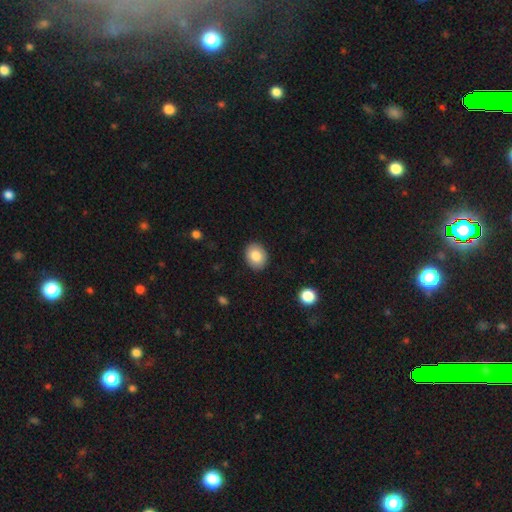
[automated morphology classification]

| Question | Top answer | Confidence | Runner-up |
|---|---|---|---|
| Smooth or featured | smooth | 83% | featured or disk (9%) |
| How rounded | round | 53% | in between (46%) |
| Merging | none | 90% | minor disturbance (7%) |